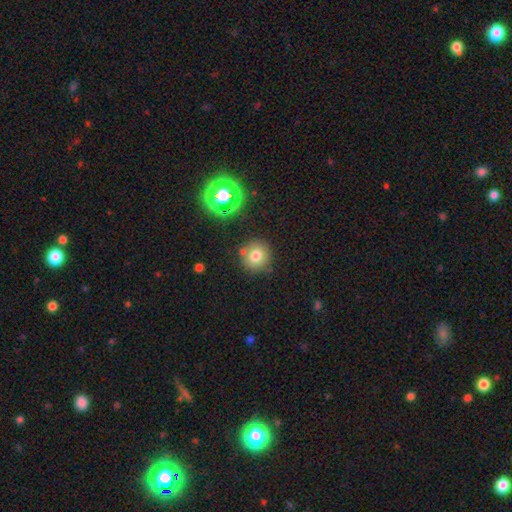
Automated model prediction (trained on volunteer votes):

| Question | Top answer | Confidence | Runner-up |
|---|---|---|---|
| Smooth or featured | smooth | 73% | star or artifact (16%) |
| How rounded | round | 92% | in between (7%) |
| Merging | none | 80% | minor disturbance (9%) |